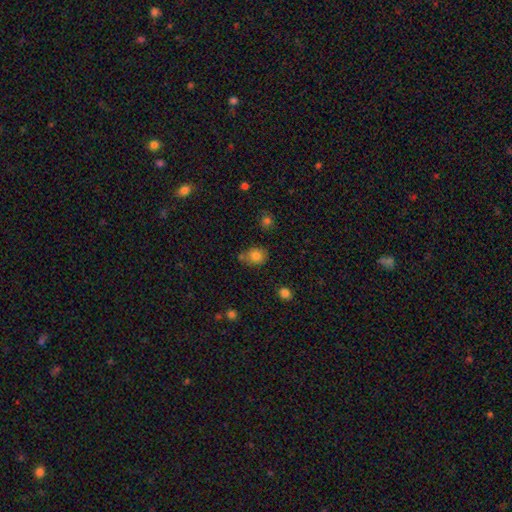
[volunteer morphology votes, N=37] smooth 81%, featured or disk 14%, star or artifact 5%. Down the decision tree: how rounded — round (67%); merging — none (54%).